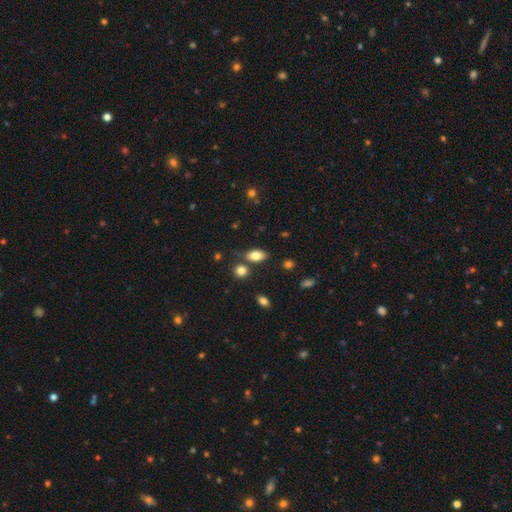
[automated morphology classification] smooth 79%, featured or disk 13%, star or artifact 9%. Down the decision tree: how rounded — in between (89%); merging — none (74%).